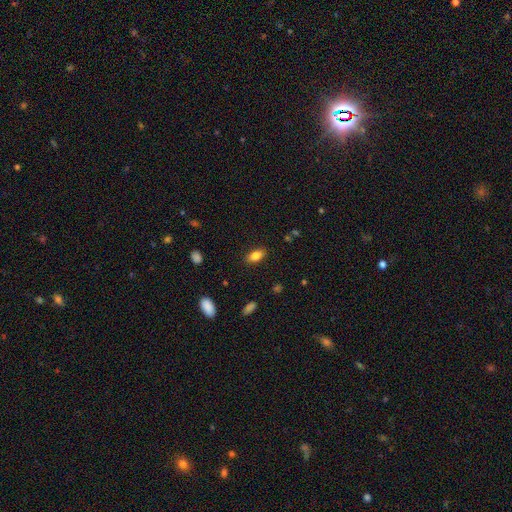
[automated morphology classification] A smooth galaxy with no disk features (82%) that is in between round and cigar-shaped (86%).

Vote fractions:
- Smooth or featured? smooth: 82% / featured or disk: 10% / star or artifact: 9%
- How rounded? in between: 86% / cigar-shaped: 9% / round: 5%
- Merging? none: 86% / minor disturbance: 10% / major disturbance: 3% / merger: 1%